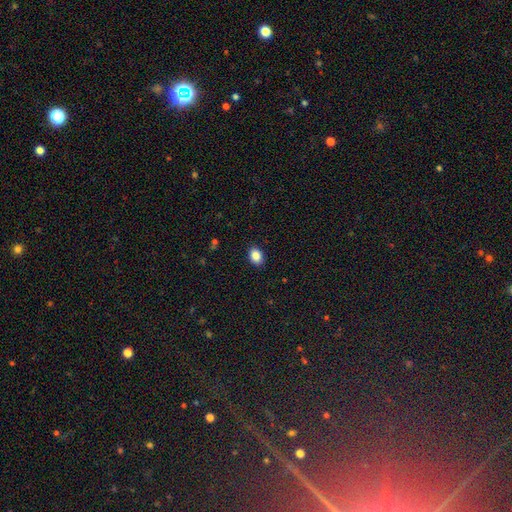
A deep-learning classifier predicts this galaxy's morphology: smooth-or-featured: smooth: 88% | star or artifact: 8% | featured or disk: 4%
  how-rounded: in between: 75% | round: 24% | cigar-shaped: 1%
  merging: none: 89% | minor disturbance: 8% | major disturbance: 2% | merger: 1%